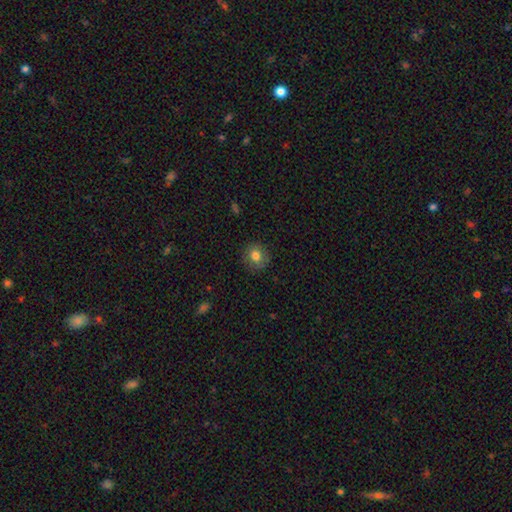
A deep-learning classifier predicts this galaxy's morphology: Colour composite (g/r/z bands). It shows a smooth galaxy with no disk features (80%) that is round (83%). Merging: none (86%).